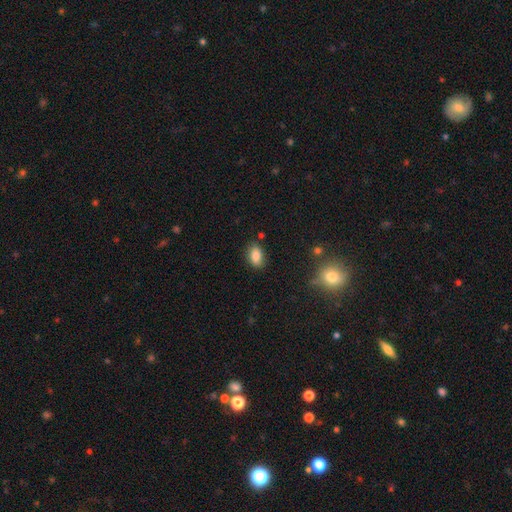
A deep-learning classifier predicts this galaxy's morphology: type=smooth (84%); roundness=in between (87%); merging=none (81%).